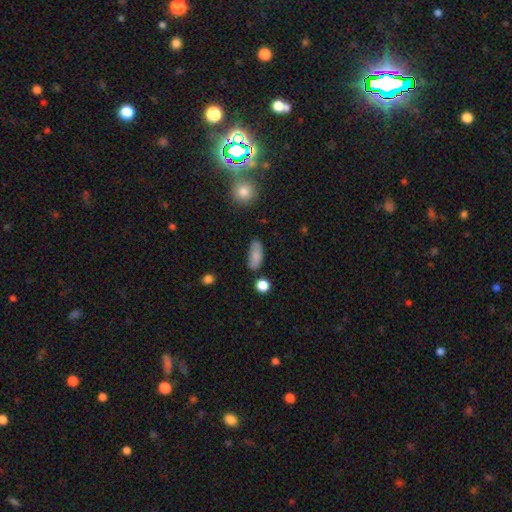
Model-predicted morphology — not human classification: smooth_or_featured: smooth (p=0.82) [alt: featured or disk p=0.10]
how_rounded: in between (p=0.82) [alt: cigar-shaped p=0.14]
merging: none (p=0.74) [alt: minor disturbance p=0.18]